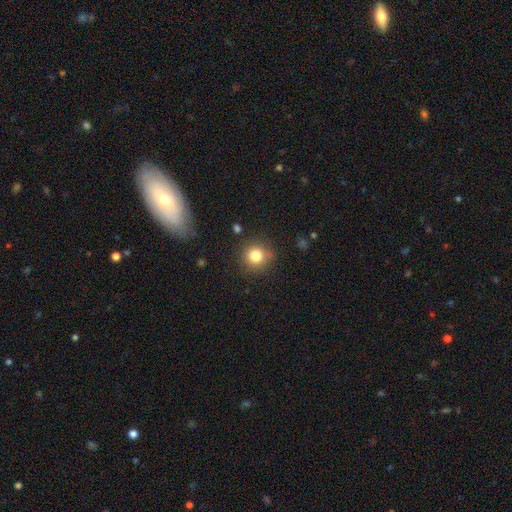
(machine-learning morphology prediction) A smooth galaxy with no disk features (80%) that is round (91%).

Vote fractions:
- Smooth or featured? smooth: 80% / star or artifact: 12% / featured or disk: 8%
- How rounded? round: 91% / in between: 8% / cigar-shaped: 1%
- Merging? none: 83% / minor disturbance: 11% / major disturbance: 3% / merger: 3%